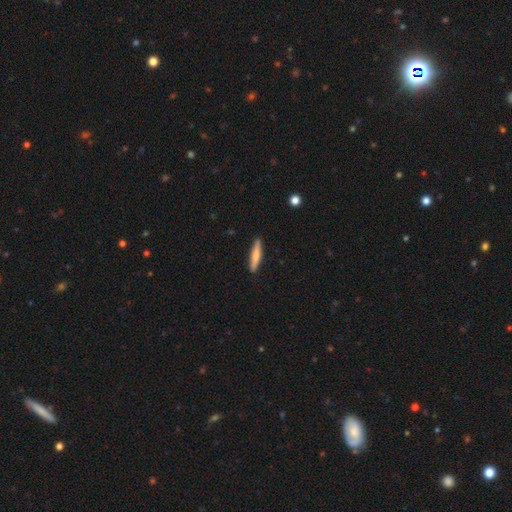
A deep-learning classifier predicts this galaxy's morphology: Smooth or featured? smooth (72%)
How rounded? cigar-shaped (90%)
Merging? none (90%)